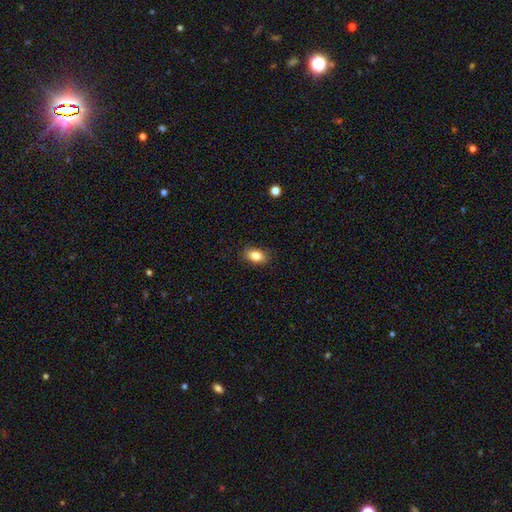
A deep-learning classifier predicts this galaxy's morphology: Overall: smooth (85%). How rounded: in between (87%). Merging: none (87%).